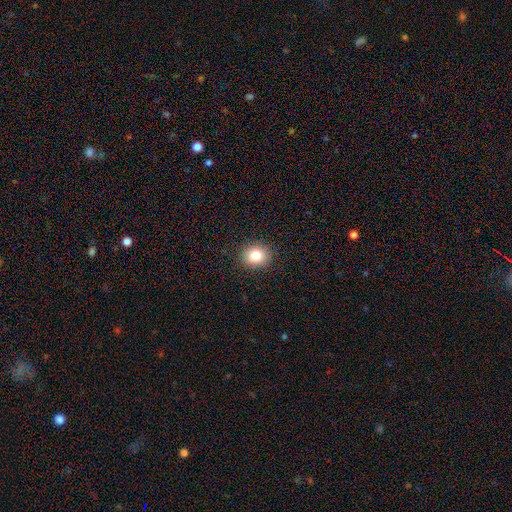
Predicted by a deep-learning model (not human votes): Smooth or featured: smooth — 82% (star or artifact — 11%)
How rounded: round — 72% (in between — 27%)
Merging: none — 89% (minor disturbance — 7%)